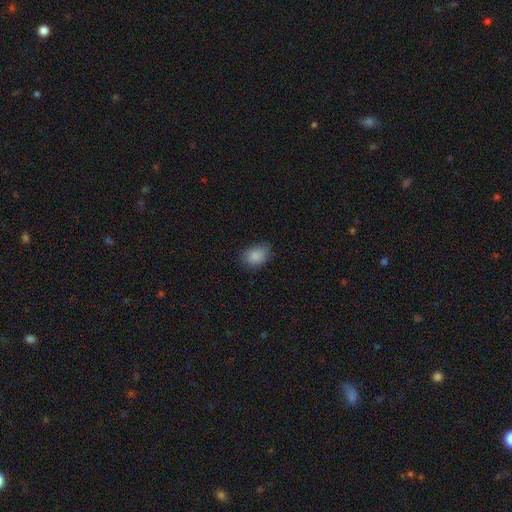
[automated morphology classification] The model was most divided on "how rounded": in between: 74%, round: 25%, cigar-shaped: 1%. More confident: smooth or featured — smooth (87%); merging — none (76%).